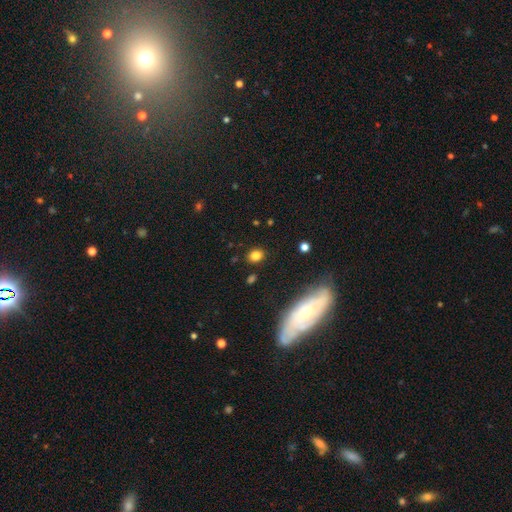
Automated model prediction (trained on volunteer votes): Morphology: type=smooth (80%); roundness=round (60%); merging=none (86%).